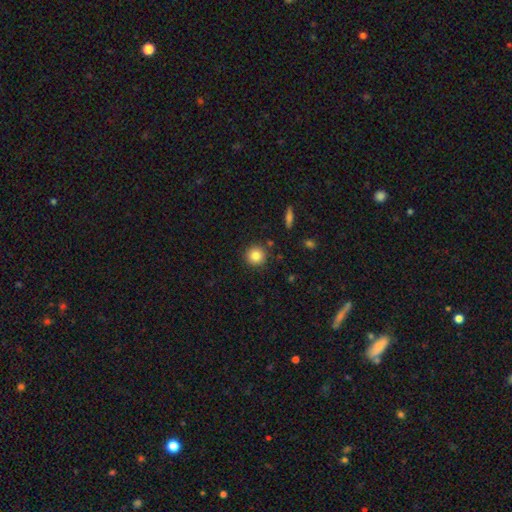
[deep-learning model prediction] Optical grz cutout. It shows a smooth galaxy with no disk features (84%) that is round (94%). Merging: none (89%).